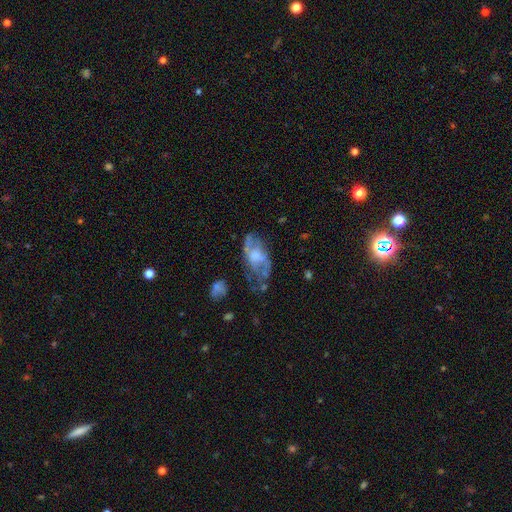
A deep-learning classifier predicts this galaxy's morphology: smooth_or_featured: featured or disk (p=0.58) [alt: smooth p=0.34]
disk_edge_on: no (p=0.91) [alt: yes p=0.09]
bar: no (p=0.74) [alt: weak p=0.21]
has_spiral_arms: no (p=0.60) [alt: yes p=0.40]
bulge_size: moderate (p=0.38) [alt: large p=0.23]
merging: none (p=0.42) [alt: minor disturbance p=0.28]